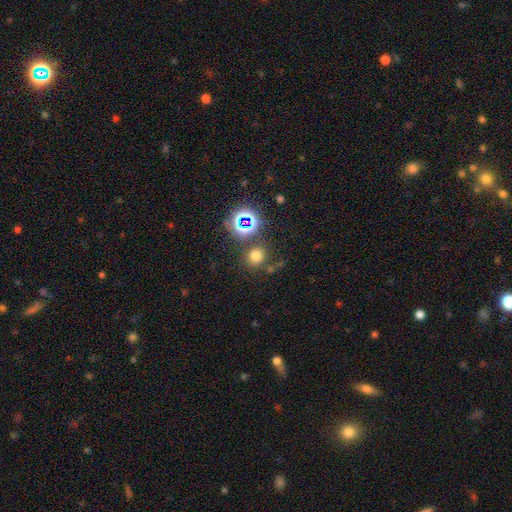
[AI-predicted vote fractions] smooth 67%, star or artifact 25%, featured or disk 7%. Down the decision tree: how rounded — round (81%); merging — none (78%).